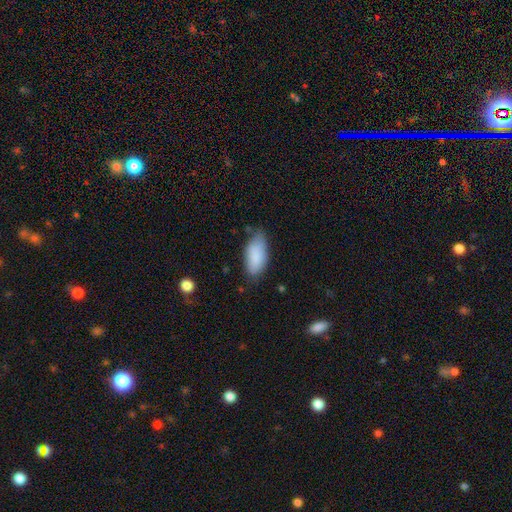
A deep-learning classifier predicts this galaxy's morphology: The model was most divided on "merging": none: 64%, minor disturbance: 28%, major disturbance: 5%, merger: 2%. More confident: how rounded — in between (90%); smooth or featured — smooth (87%).